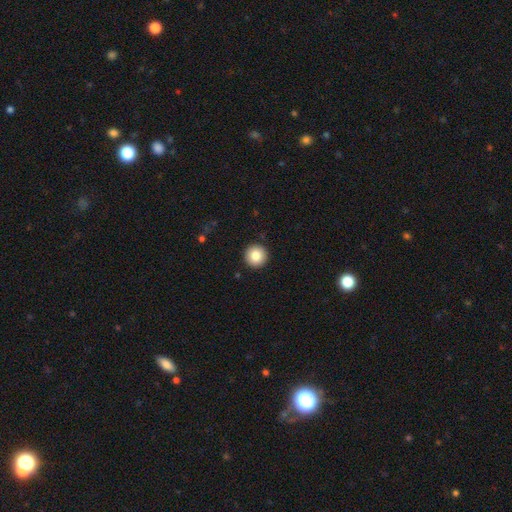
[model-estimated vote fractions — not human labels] smooth_or_featured: smooth (p=0.84) [alt: star or artifact p=0.09]
how_rounded: round (p=0.96) [alt: in between p=0.03]
merging: none (p=0.93) [alt: minor disturbance p=0.04]